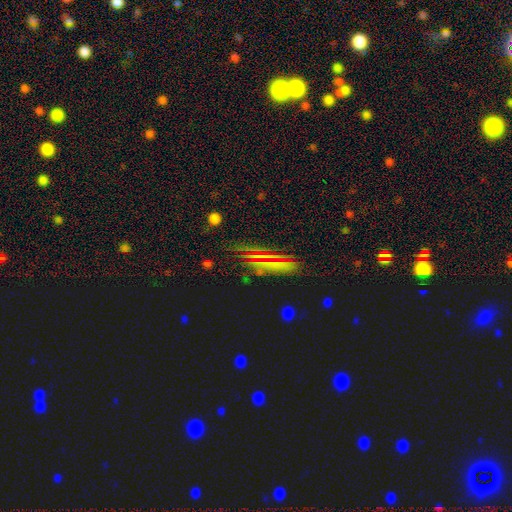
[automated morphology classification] The model was most divided on "smooth or featured": star or artifact: 53%, smooth: 33%, featured or disk: 14%.